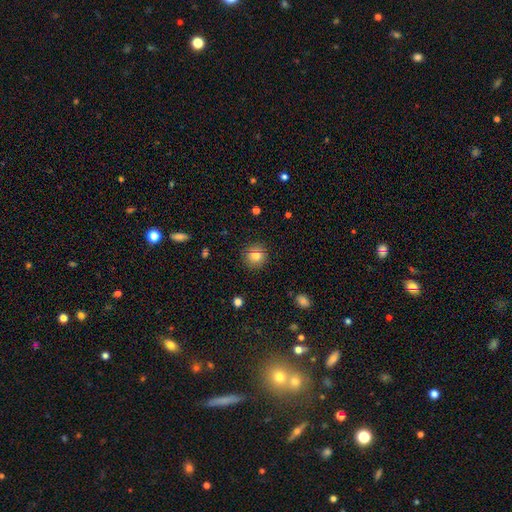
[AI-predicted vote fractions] Smooth or featured? Predicted: smooth (p=0.80). How rounded? Predicted: round (p=0.90). Merging? Predicted: none (p=0.89).